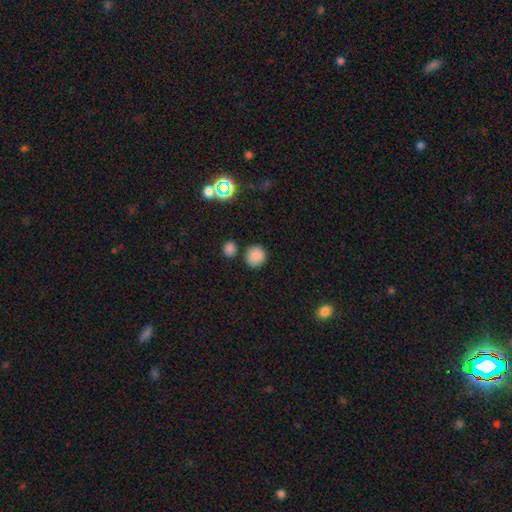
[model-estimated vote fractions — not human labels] Morphology: type=smooth (84%); roundness=round (91%); merging=none (81%).